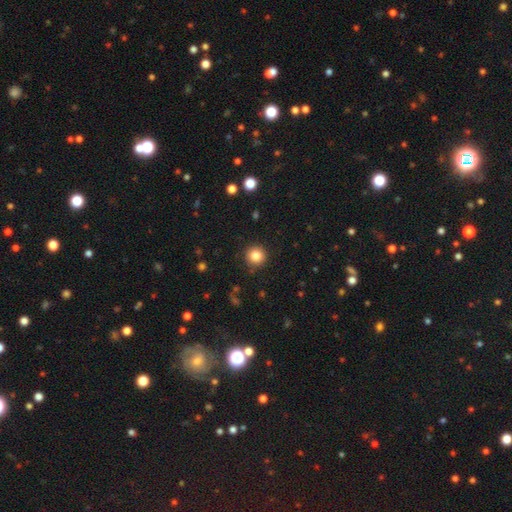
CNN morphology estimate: type=smooth (84%); roundness=round (94%); merging=none (91%).